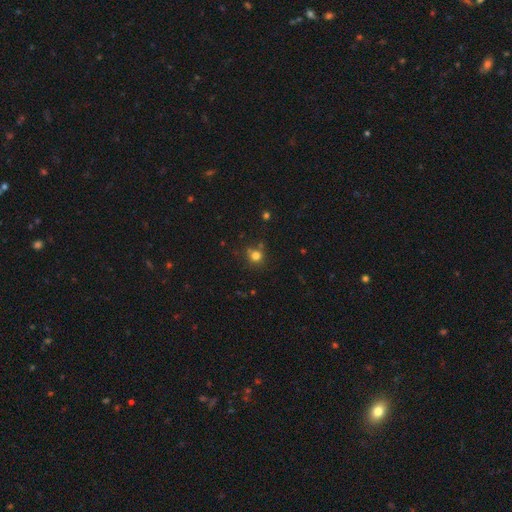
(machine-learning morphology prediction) Overall: smooth (77%). How rounded: round (87%). Merging: none (70%).